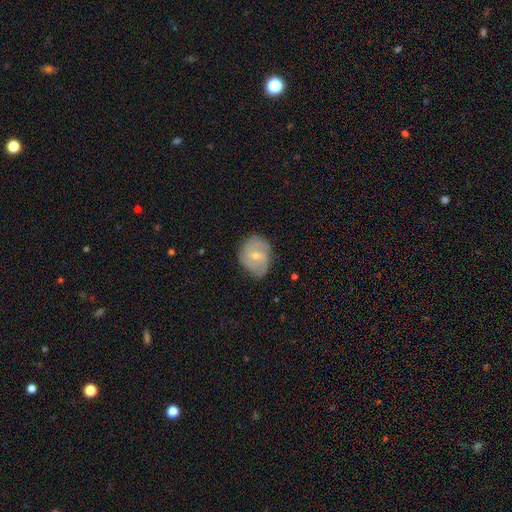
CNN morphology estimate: Smooth or featured? featured or disk (61%)
Edge-on disk? no (97%)
Bar? weak (48%)
Spiral arms? yes (87%)
Spiral winding? medium (43%)
Spiral arm count? 2 (45%)
Bulge size? small (50%)
Merging? none (66%)